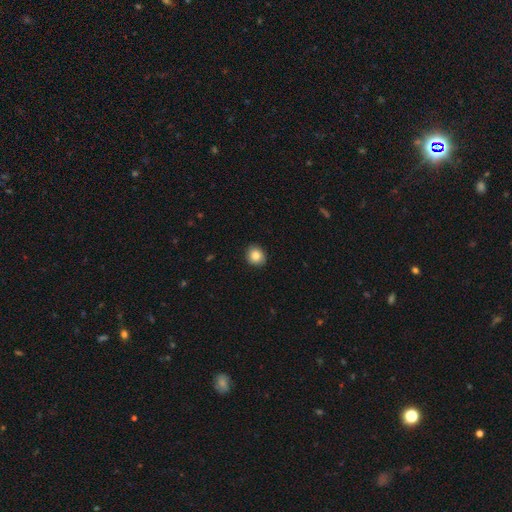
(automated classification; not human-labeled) Morphology: type=smooth (85%); roundness=round (81%); merging=none (89%).